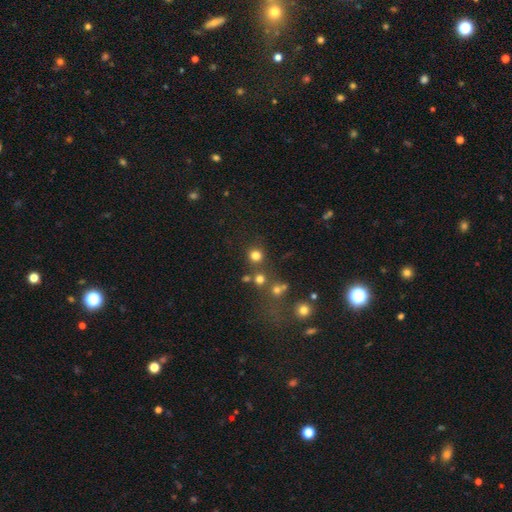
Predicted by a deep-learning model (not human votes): smooth 76%, star or artifact 17%, featured or disk 6%. Down the decision tree: how rounded — round (90%); merging — none (75%).